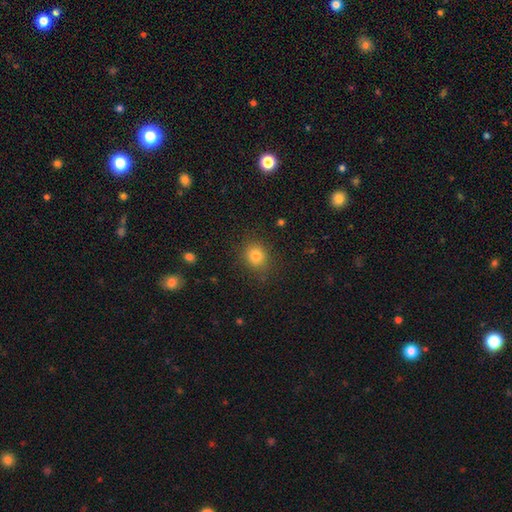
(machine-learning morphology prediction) Smooth or featured?
  - smooth: 82% *
  - star or artifact: 12%
  - featured or disk: 6%
How rounded?
  - round: 76% *
  - in between: 23%
  - cigar-shaped: 1%
Merging?
  - none: 84% *
  - minor disturbance: 11%
  - major disturbance: 4%
  - merger: 1%